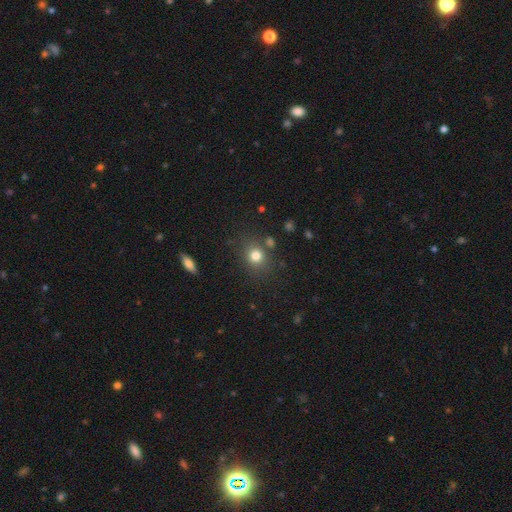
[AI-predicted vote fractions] smooth 79%, star or artifact 14%, featured or disk 8%. Down the decision tree: how rounded — round (73%); merging — none (79%).